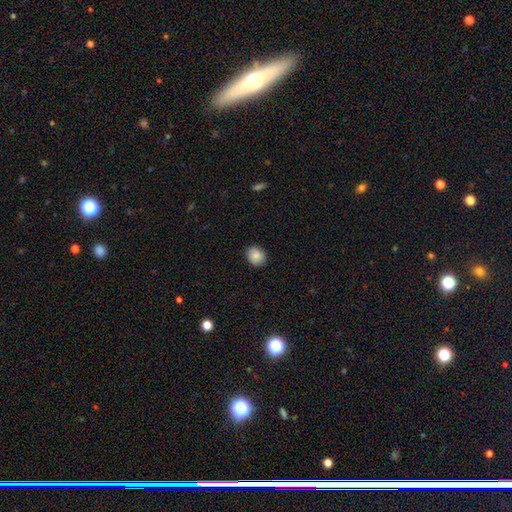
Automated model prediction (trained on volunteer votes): Smooth or featured? Predicted: smooth (p=0.86). How rounded? Predicted: round (p=0.67). Merging? Predicted: none (p=0.88).